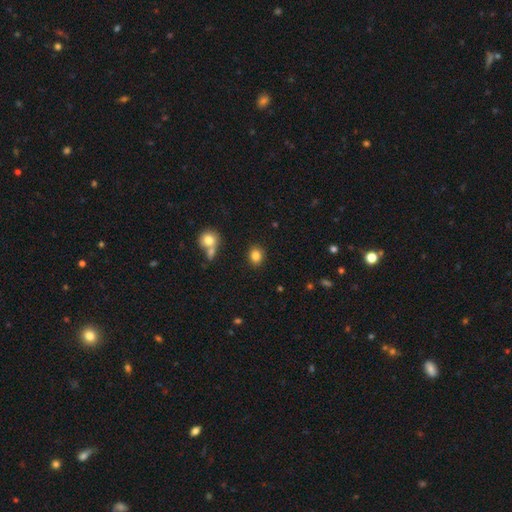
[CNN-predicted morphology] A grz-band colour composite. It shows a smooth galaxy with no disk features (83%) that is round (61%). Merging: none (85%).